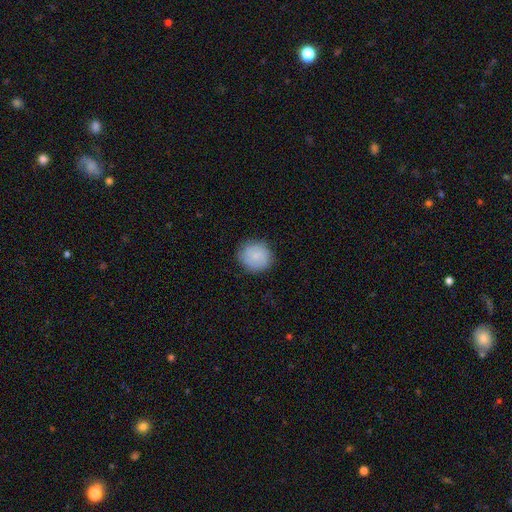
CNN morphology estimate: type=smooth (83%); roundness=round (89%); merging=none (83%).